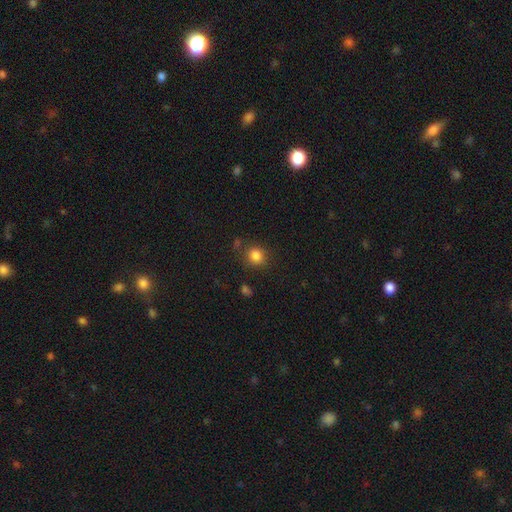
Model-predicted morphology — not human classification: Smooth or featured? Predicted: smooth (p=0.84). How rounded? Predicted: round (p=0.83). Merging? Predicted: none (p=0.79).